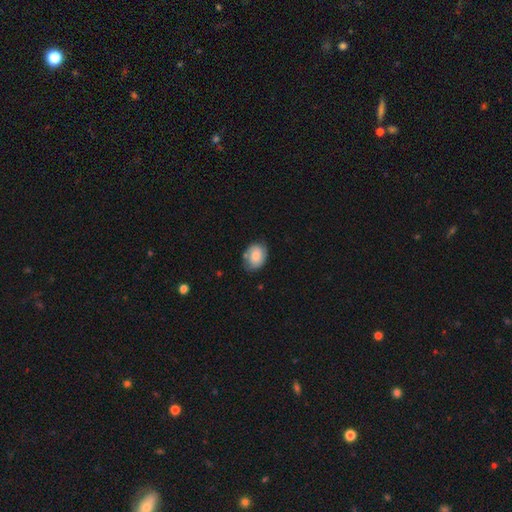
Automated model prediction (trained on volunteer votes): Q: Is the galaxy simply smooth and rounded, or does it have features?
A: smooth — 74%.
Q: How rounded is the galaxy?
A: in between — 71%.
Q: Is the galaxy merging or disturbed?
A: none — 64%.